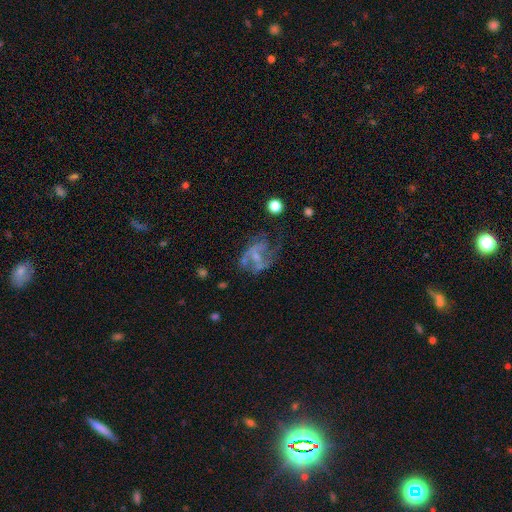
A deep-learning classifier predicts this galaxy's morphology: Smooth or featured? Predicted: featured or disk (p=0.67). Edge-on disk? Predicted: no (p=0.97). Bar? Predicted: no (p=0.51). Spiral arms? Predicted: yes (p=0.55). Bulge size? Predicted: small (p=0.46). Merging? Predicted: major disturbance (p=0.38).